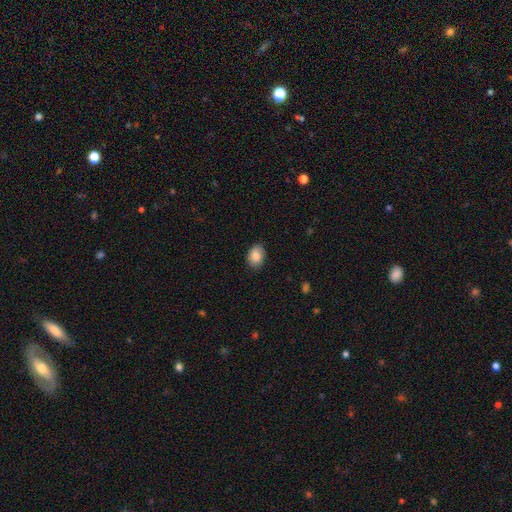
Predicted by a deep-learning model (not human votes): This appears to be a smooth galaxy with no disk features (86%) that is in between round and cigar-shaped (75%). Merging: none (86%).